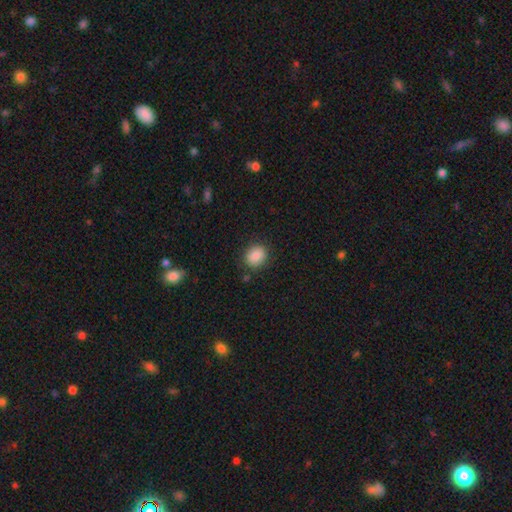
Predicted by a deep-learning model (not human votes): Morphology: type=smooth (87%); roundness=round (65%); merging=none (85%).